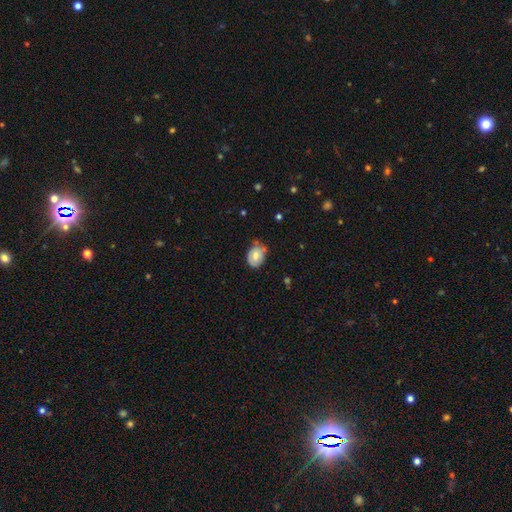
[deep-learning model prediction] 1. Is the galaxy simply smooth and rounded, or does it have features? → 68% smooth, 24% featured or disk, 8% star or artifact.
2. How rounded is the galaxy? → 61% in between, 38% round, 1% cigar-shaped.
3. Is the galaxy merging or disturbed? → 54% none, 36% minor disturbance, 7% major disturbance, 3% merger.